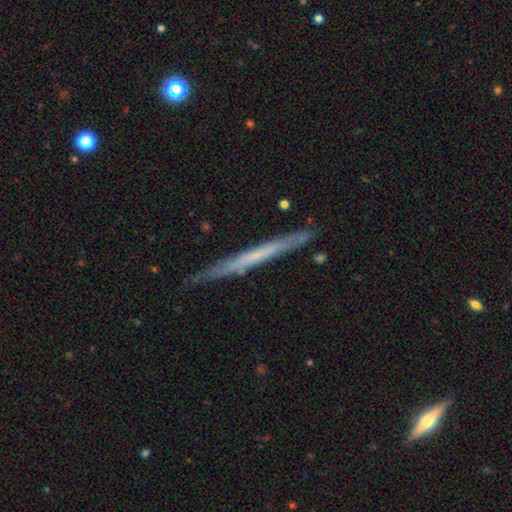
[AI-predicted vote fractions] A featured or disk galaxy (54%) viewed edge-on (95%) with no central bulge (89%).

Vote fractions:
- Smooth or featured? featured or disk: 54% / smooth: 40% / star or artifact: 6%
- Edge-on disk? yes: 95% / no: 5%
- Edge-on bulge? none: 89% / rounded: 7% / boxy: 4%
- Merging? none: 84% / minor disturbance: 12% / major disturbance: 2% / merger: 2%